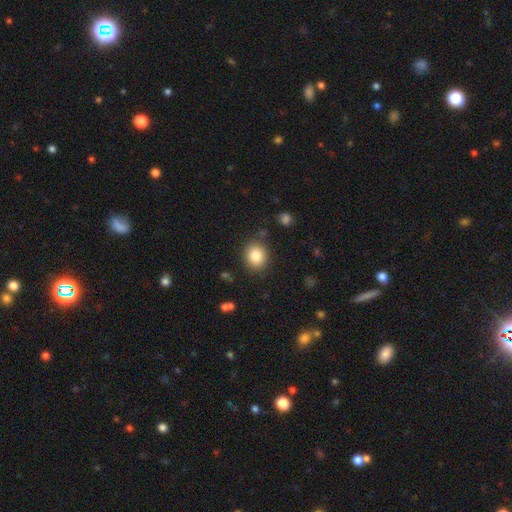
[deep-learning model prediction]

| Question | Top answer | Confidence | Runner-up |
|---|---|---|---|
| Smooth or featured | smooth | 85% | star or artifact (9%) |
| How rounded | round | 67% | in between (32%) |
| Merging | none | 84% | minor disturbance (10%) |